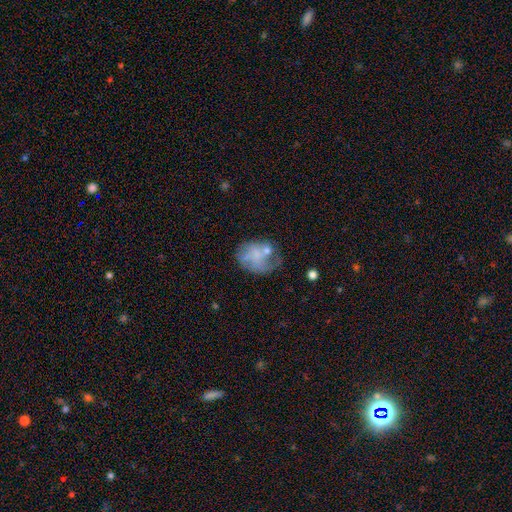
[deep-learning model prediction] A featured or disk galaxy (46%). Merging: none (37%).